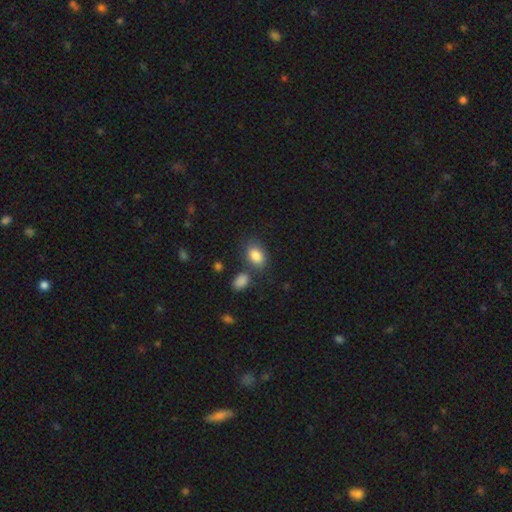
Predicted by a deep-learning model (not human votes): smooth_or_featured: smooth (p=0.85) [alt: star or artifact p=0.08]
how_rounded: in between (p=0.83) [alt: round p=0.15]
merging: none (p=0.69) [alt: minor disturbance p=0.15]